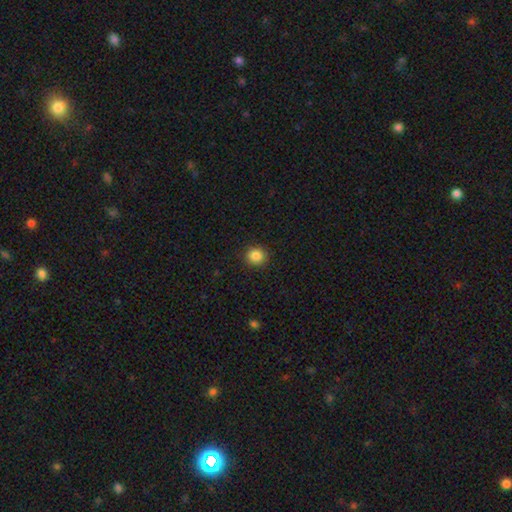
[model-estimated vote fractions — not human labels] Smooth or featured: smooth — 86% (star or artifact — 10%)
How rounded: round — 89% (in between — 10%)
Merging: none — 92% (minor disturbance — 6%)